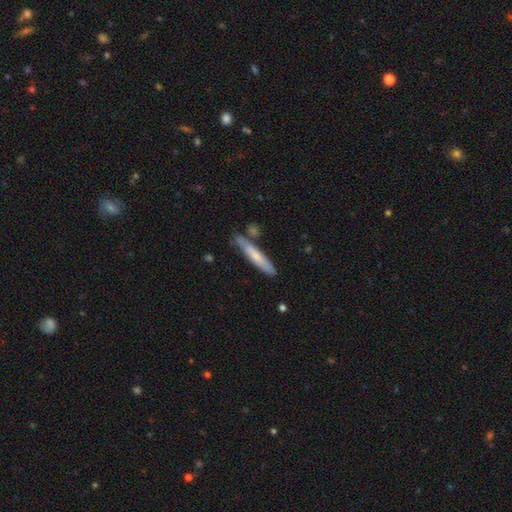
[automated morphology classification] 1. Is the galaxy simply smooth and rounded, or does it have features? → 64% smooth, 30% featured or disk, 5% star or artifact.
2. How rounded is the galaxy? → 92% cigar-shaped, 7% in between, 1% round.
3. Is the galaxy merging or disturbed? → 75% none, 15% minor disturbance, 8% merger, 3% major disturbance.